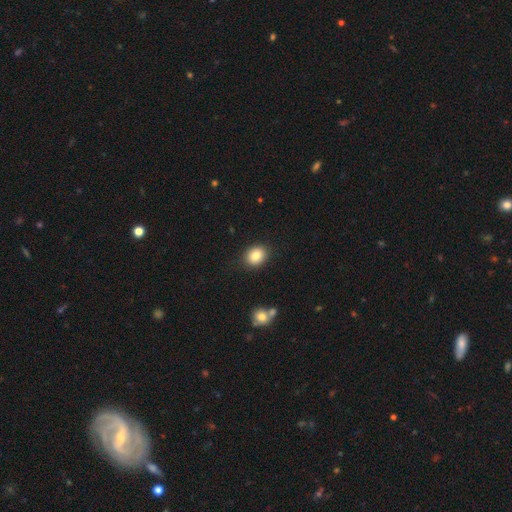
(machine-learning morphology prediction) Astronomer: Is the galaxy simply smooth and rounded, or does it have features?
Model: smooth — 83%.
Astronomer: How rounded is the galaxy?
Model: round — 53% (runner-up: in between, 47%).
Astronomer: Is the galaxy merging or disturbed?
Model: none — 87%.